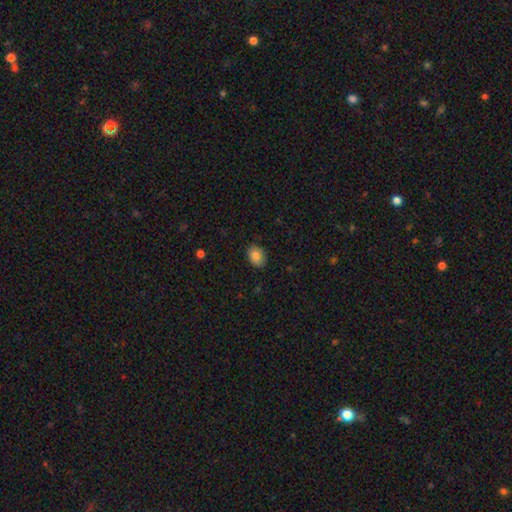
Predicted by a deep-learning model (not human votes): The model was most divided on "how rounded": in between: 71%, round: 28%, cigar-shaped: 1%. More confident: smooth or featured — smooth (85%); merging — none (84%).